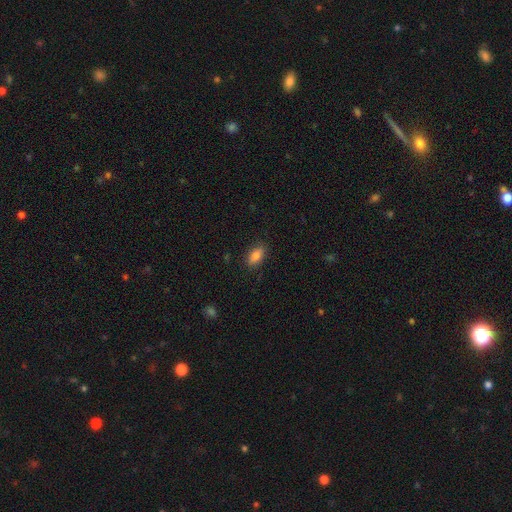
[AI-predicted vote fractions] This is clearly a smooth galaxy (85%). How rounded: clearly in between (90%). Merging: clearly none (86%).